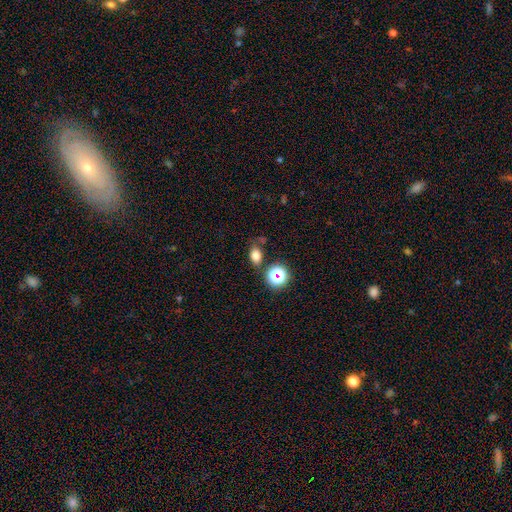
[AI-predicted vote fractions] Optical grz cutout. It shows a smooth galaxy with no disk features (75%) that is in between round and cigar-shaped (71%). Merging: none (67%).